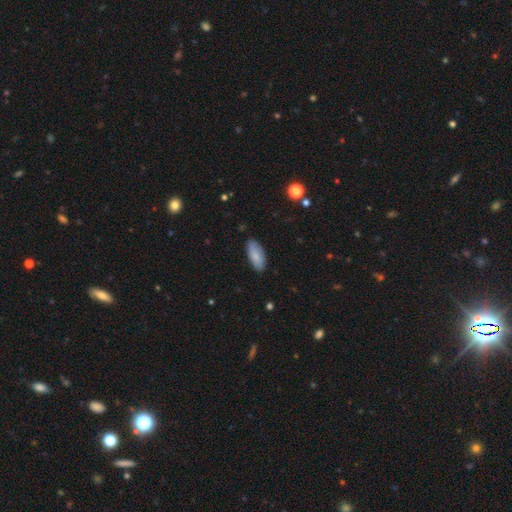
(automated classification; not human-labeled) Overall: smooth (82%). How rounded: in between (84%). Merging: none (86%).